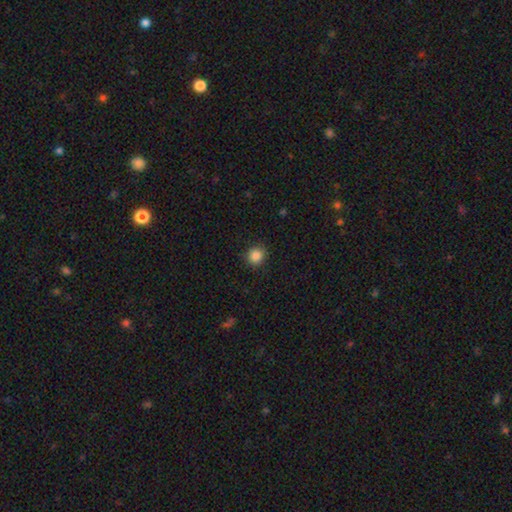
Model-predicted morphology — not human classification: smooth_or_featured: smooth (p=0.86) [alt: star or artifact p=0.10]
how_rounded: round (p=0.85) [alt: in between p=0.14]
merging: none (p=0.86) [alt: minor disturbance p=0.11]